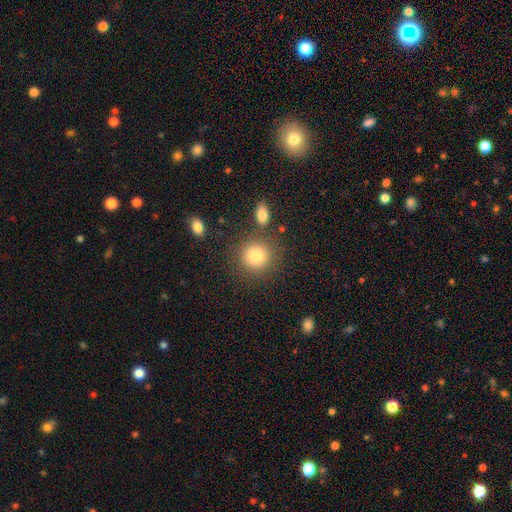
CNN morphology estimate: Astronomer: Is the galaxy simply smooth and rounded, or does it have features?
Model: smooth — 81%.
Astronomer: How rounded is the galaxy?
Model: round — 88%.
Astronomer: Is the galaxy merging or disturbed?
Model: none — 80%.